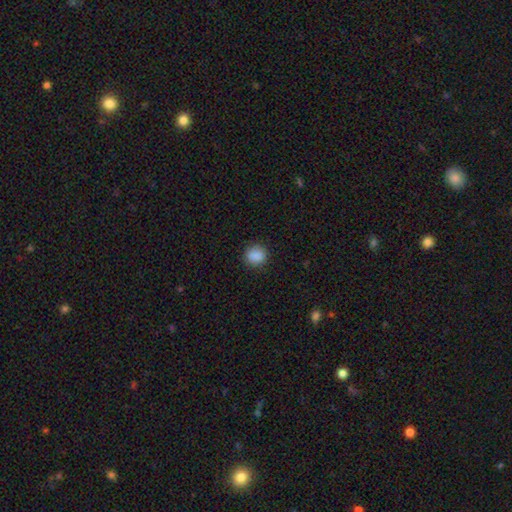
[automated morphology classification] Smooth or featured?
  - smooth: 87% *
  - star or artifact: 9%
  - featured or disk: 4%
How rounded?
  - round: 76% *
  - in between: 23%
  - cigar-shaped: 1%
Merging?
  - none: 86% *
  - minor disturbance: 10%
  - major disturbance: 3%
  - merger: 1%